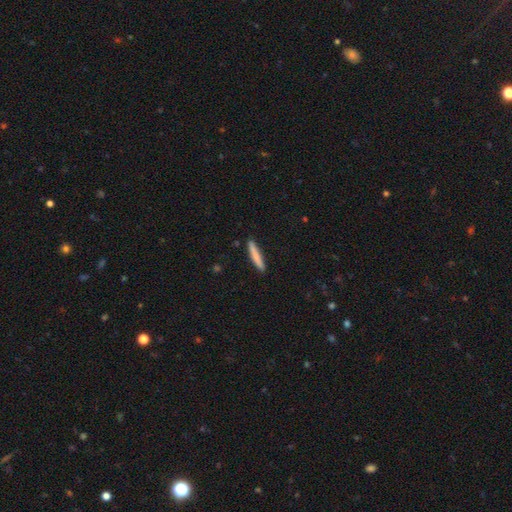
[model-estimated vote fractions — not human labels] Smooth or featured?
  - smooth: 80% *
  - featured or disk: 15%
  - star or artifact: 5%
How rounded?
  - cigar-shaped: 94% *
  - in between: 5%
  - round: 1%
Merging?
  - none: 89% *
  - minor disturbance: 8%
  - major disturbance: 1%
  - merger: 1%